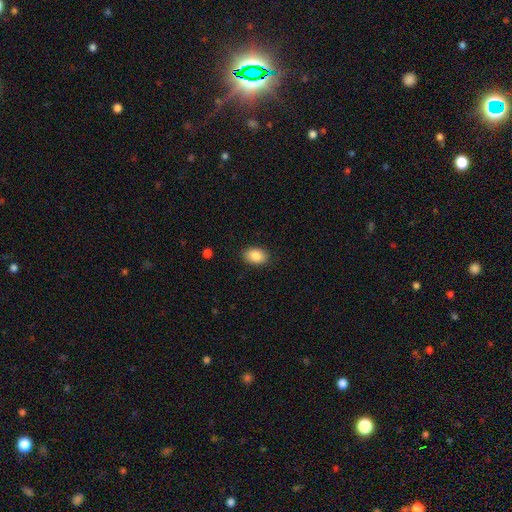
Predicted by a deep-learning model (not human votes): smooth-or-featured: smooth: 88% | star or artifact: 7% | featured or disk: 5%
  how-rounded: in between: 86% | round: 13% | cigar-shaped: 1%
  merging: none: 88% | minor disturbance: 9% | major disturbance: 2% | merger: 1%